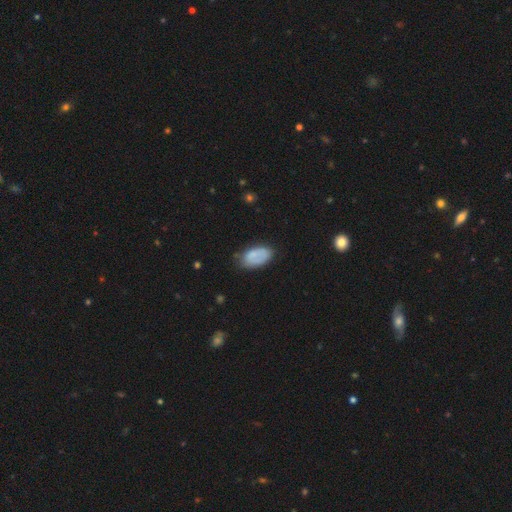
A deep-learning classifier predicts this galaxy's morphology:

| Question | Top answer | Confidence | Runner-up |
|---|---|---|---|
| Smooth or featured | smooth | 77% | featured or disk (16%) |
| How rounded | in between | 94% | round (4%) |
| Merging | none | 64% | minor disturbance (26%) |